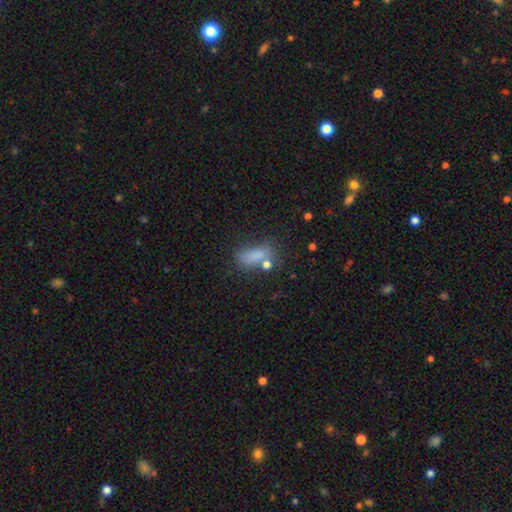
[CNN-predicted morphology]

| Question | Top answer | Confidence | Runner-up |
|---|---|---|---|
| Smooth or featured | smooth | 74% | star or artifact (14%) |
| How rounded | in between | 70% | cigar-shaped (23%) |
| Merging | none | 50% | minor disturbance (22%) |